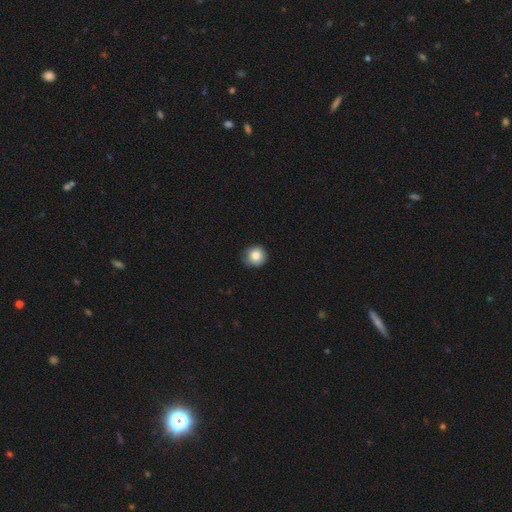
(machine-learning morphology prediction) This appears to be a smooth galaxy with no disk features (85%) that is round (91%). Merging: none (78%).